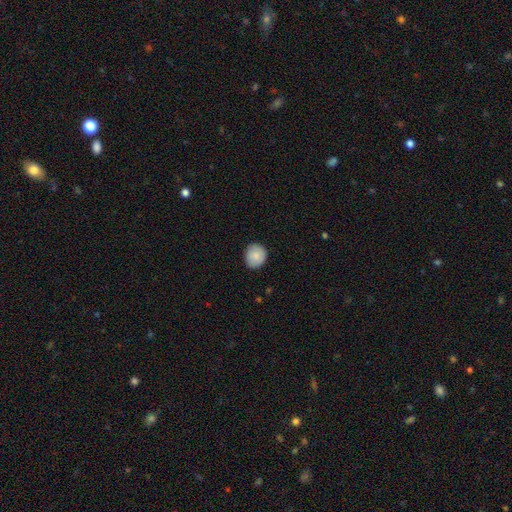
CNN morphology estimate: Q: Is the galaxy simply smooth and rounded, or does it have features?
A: smooth — 83%.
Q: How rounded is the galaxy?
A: round — 79%.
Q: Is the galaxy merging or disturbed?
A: none — 84%.